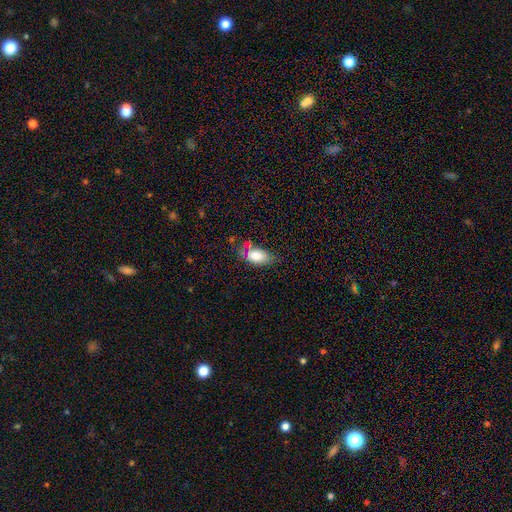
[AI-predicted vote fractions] Smooth or featured?
  - smooth: 79% *
  - featured or disk: 13%
  - star or artifact: 8%
How rounded?
  - in between: 91% *
  - round: 5%
  - cigar-shaped: 4%
Merging?
  - none: 53% *
  - minor disturbance: 27%
  - merger: 11%
  - major disturbance: 9%